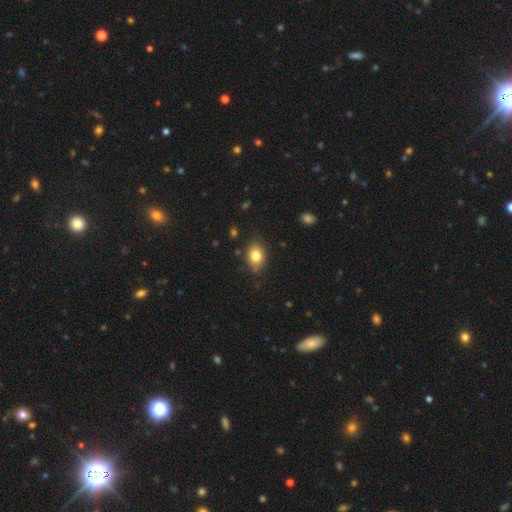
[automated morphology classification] This is clearly a smooth galaxy (81%). How rounded: likely in between (66%). Merging: likely none (78%).